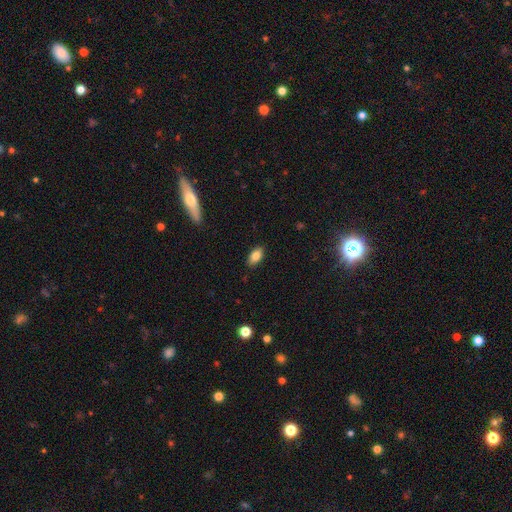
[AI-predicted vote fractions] smooth 82%, featured or disk 10%, star or artifact 8%. Down the decision tree: how rounded — in between (90%); merging — none (87%).